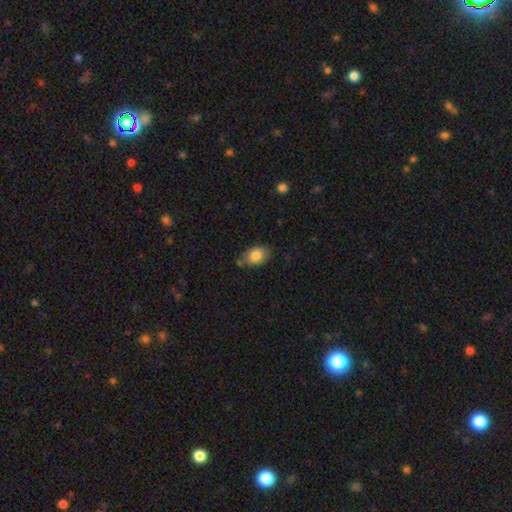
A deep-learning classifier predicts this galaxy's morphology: This appears to be a smooth galaxy with no disk features (84%) that is in between round and cigar-shaped (74%). Merging: none (69%).